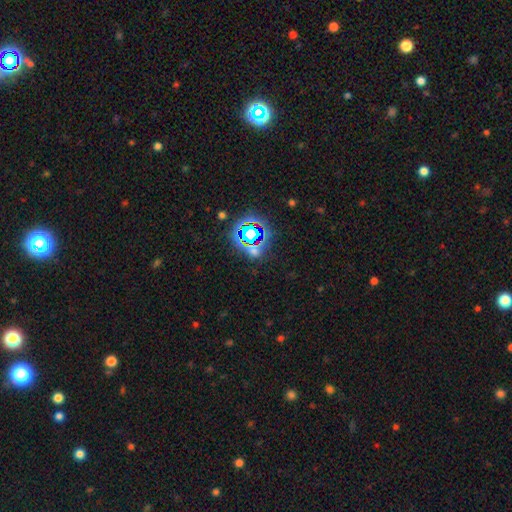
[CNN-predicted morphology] smooth-or-featured: star or artifact: 75% | smooth: 16% | featured or disk: 9%